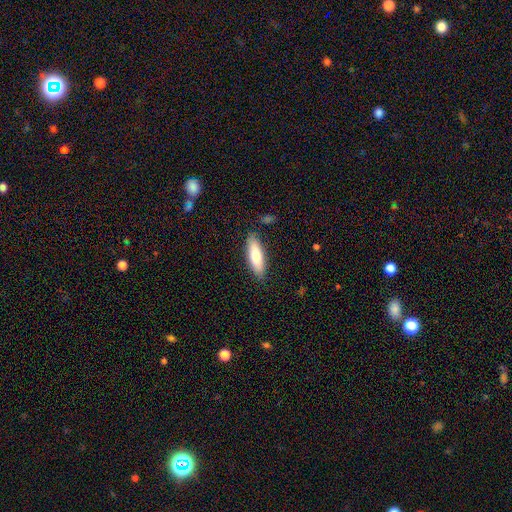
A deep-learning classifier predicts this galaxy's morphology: Smooth or featured: smooth — 76% (featured or disk — 18%)
How rounded: in between — 55% (cigar-shaped — 44%)
Merging: none — 86% (minor disturbance — 10%)